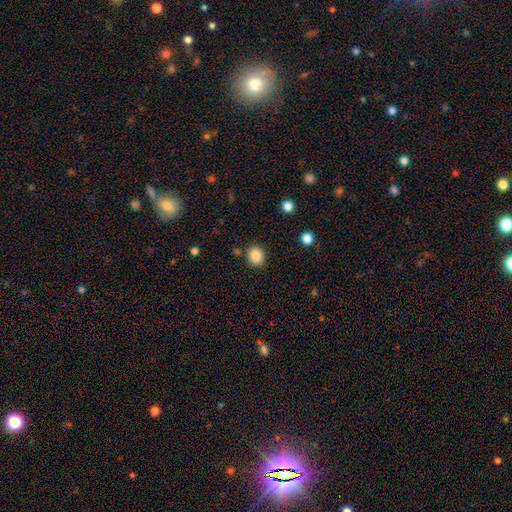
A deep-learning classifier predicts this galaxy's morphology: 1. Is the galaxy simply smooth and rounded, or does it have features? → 86% smooth, 10% star or artifact, 4% featured or disk.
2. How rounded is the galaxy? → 76% round, 23% in between, 1% cigar-shaped.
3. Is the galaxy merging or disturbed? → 84% none, 10% minor disturbance, 4% merger, 3% major disturbance.